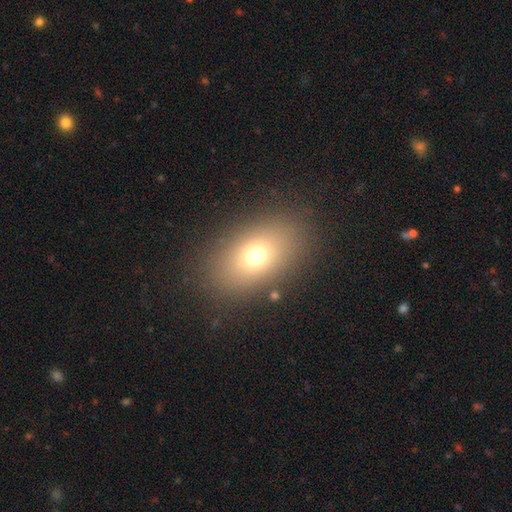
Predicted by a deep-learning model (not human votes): Morphology: type=smooth (70%); roundness=in between (80%); merging=none (84%).